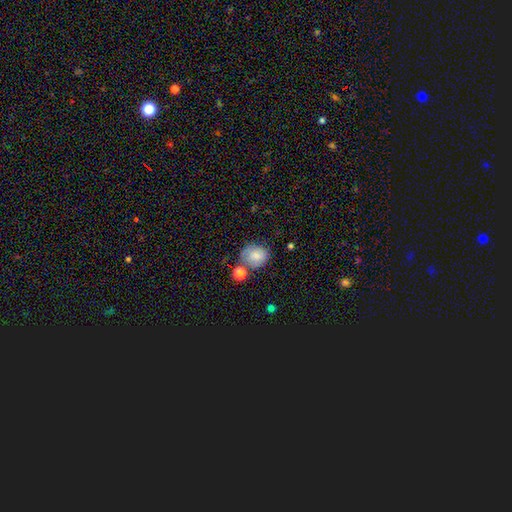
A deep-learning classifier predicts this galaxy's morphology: Q: Smooth or featured?
A: smooth (77%); runner-up: featured or disk (13%)
Q: How rounded?
A: round (60%); runner-up: in between (39%)
Q: Merging?
A: none (55%); runner-up: minor disturbance (22%)